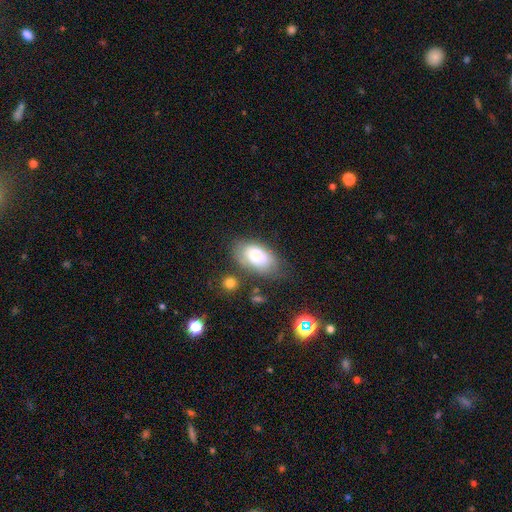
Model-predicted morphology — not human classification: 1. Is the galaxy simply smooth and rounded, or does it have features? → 64% smooth, 27% featured or disk, 8% star or artifact.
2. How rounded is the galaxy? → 92% in between, 6% round, 2% cigar-shaped.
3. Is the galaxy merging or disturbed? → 56% none, 25% minor disturbance, 10% major disturbance, 8% merger.